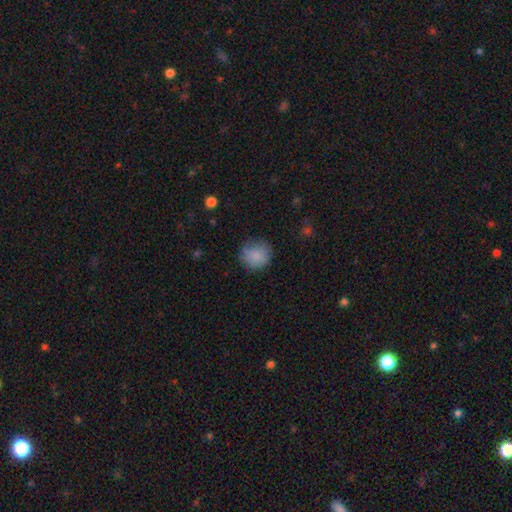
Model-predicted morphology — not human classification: type=smooth (84%); roundness=round (87%); merging=none (74%).